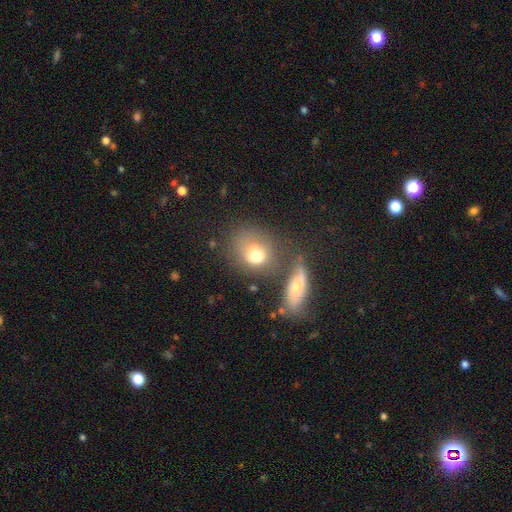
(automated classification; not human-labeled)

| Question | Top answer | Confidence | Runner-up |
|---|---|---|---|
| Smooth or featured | smooth | 68% | featured or disk (21%) |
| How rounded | round | 51% | in between (47%) |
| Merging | none | 39% | merger (30%) |